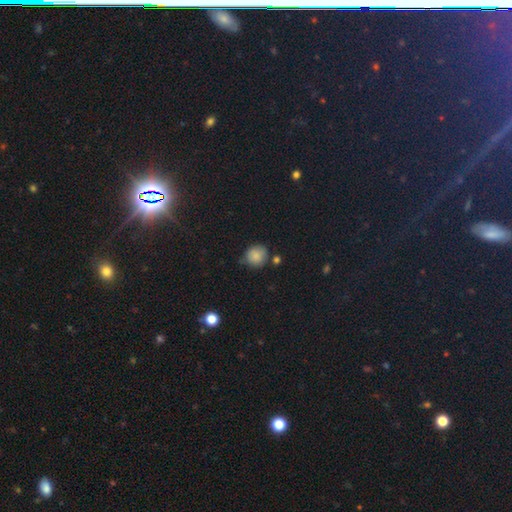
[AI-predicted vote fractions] Smooth or featured: smooth — 83% (star or artifact — 10%)
How rounded: round — 86% (in between — 13%)
Merging: none — 70% (minor disturbance — 20%)